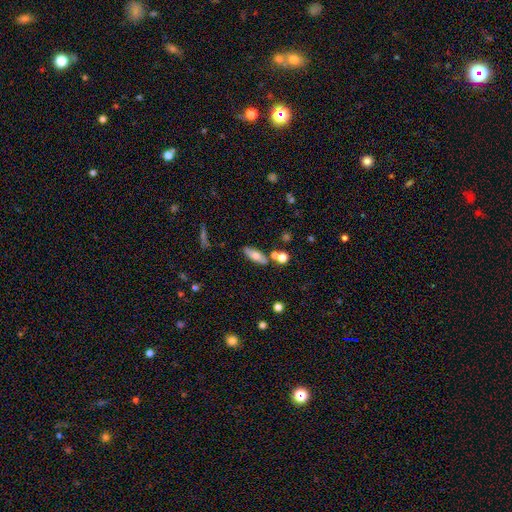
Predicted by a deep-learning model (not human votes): Morphology: type=smooth (65%); roundness=in between (57%); merging=none (71%).